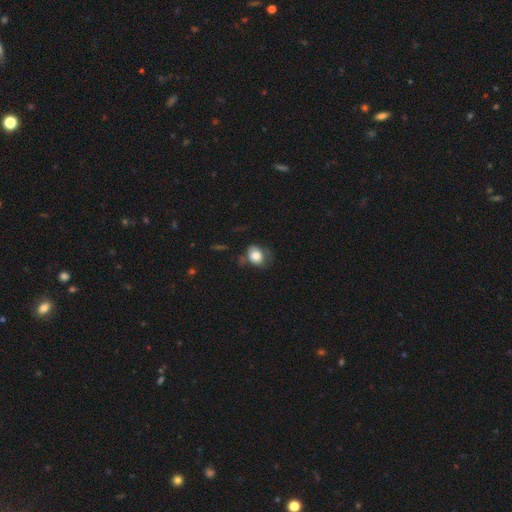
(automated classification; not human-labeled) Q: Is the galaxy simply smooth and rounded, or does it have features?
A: smooth — 77%.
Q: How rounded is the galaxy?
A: in between — 52%.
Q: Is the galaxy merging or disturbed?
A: none — 48%.